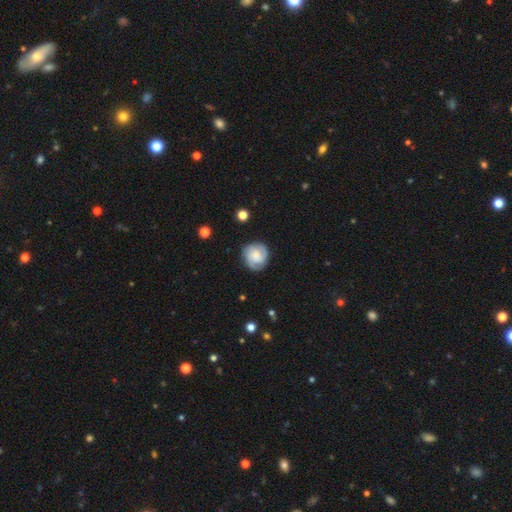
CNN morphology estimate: A featured or disk galaxy (62%) with no bar (66%), 3 (40%) tight (57%) spiral arms (94%) and a small central bulge (36%). Merging: none (82%).